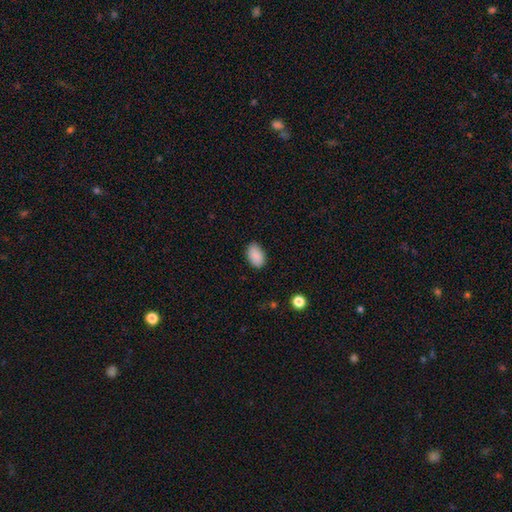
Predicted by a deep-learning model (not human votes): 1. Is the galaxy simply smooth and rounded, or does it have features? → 89% smooth, 7% star or artifact, 4% featured or disk.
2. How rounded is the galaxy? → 91% in between, 8% round, 1% cigar-shaped.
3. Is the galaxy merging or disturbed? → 84% none, 12% minor disturbance, 2% major disturbance, 1% merger.